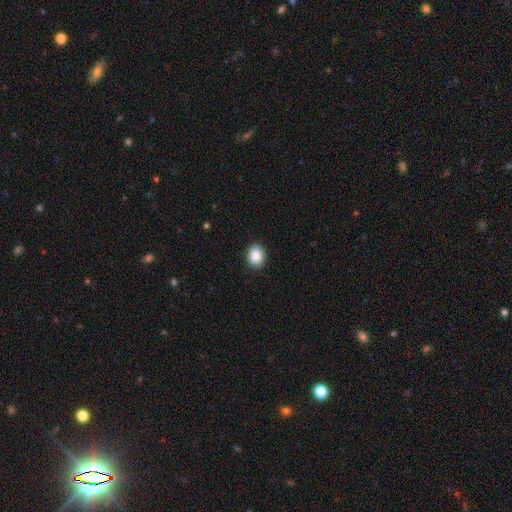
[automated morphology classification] This appears to be a smooth galaxy with no disk features (86%) that is round (51%). Merging: none (91%).